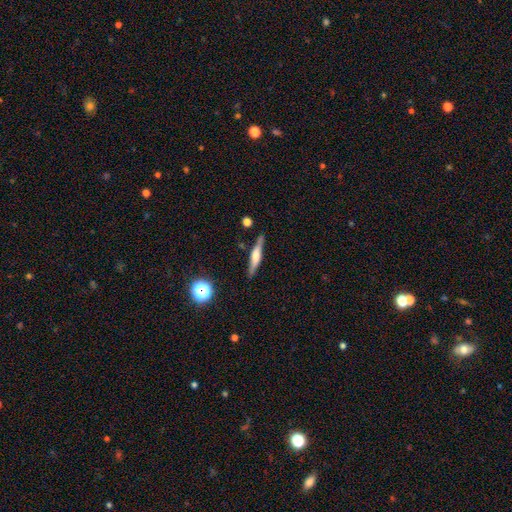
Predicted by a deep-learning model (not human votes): smooth_or_featured: featured or disk (p=0.61) [alt: smooth p=0.31]
disk_edge_on: yes (p=0.96) [alt: no p=0.04]
edge_on_bulge: rounded (p=0.64) [alt: boxy p=0.28]
merging: none (p=0.85) [alt: minor disturbance p=0.11]